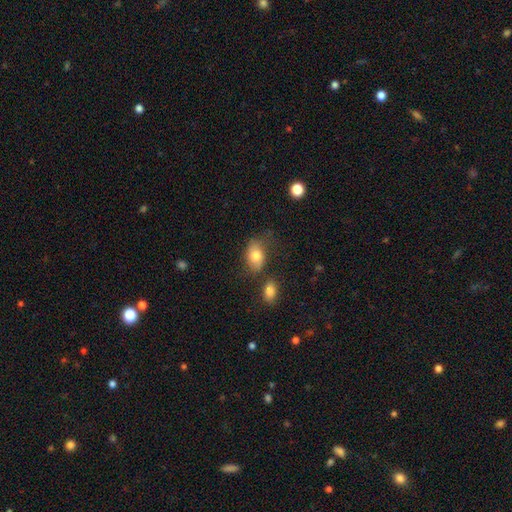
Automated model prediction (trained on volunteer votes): Overall: smooth (78%). How rounded: in between (84%). Merging: none (57%; minor disturbance 24%).